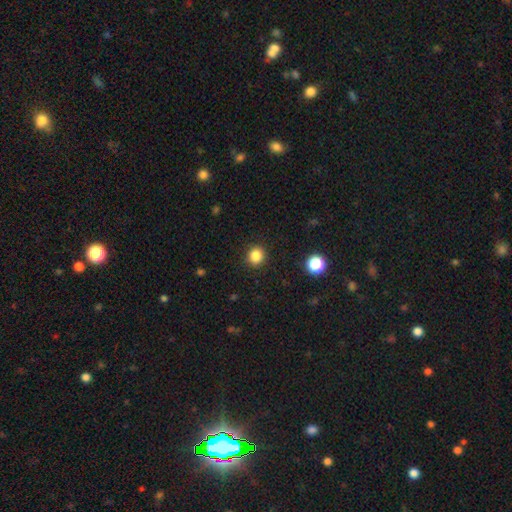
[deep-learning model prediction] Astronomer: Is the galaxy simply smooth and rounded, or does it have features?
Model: smooth — 84%.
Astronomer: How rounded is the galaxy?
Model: round — 87%.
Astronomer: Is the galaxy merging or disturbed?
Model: none — 91%.